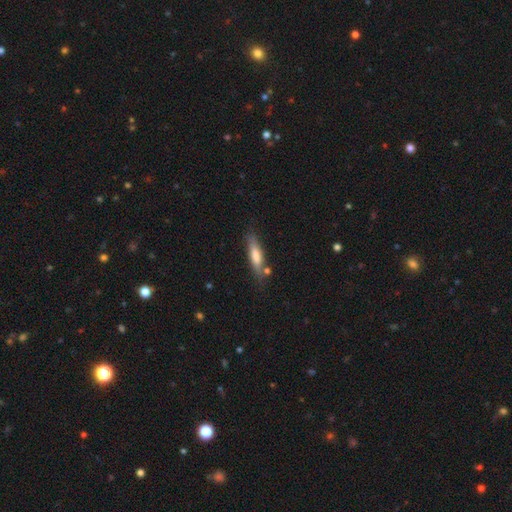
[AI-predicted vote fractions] This is likely a smooth galaxy (65%). How rounded: likely cigar-shaped (75%). Merging: likely none (72%).